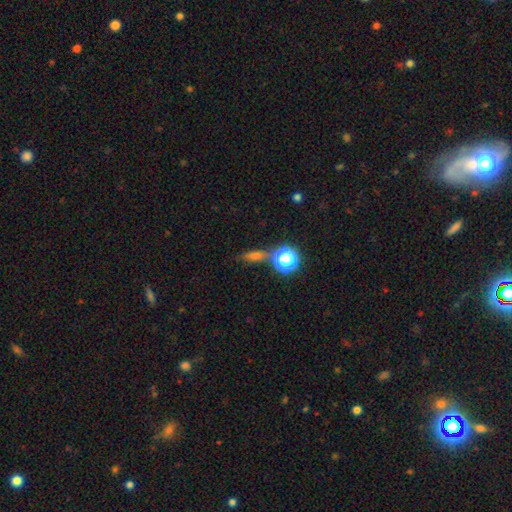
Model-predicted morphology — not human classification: type=smooth (55%); roundness=cigar-shaped (39%); merging=none (69%).